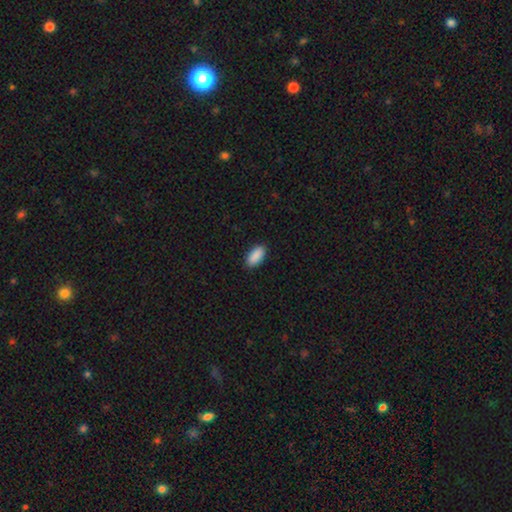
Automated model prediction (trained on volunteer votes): Overall: smooth (91%). How rounded: in between (92%). Merging: none (90%).